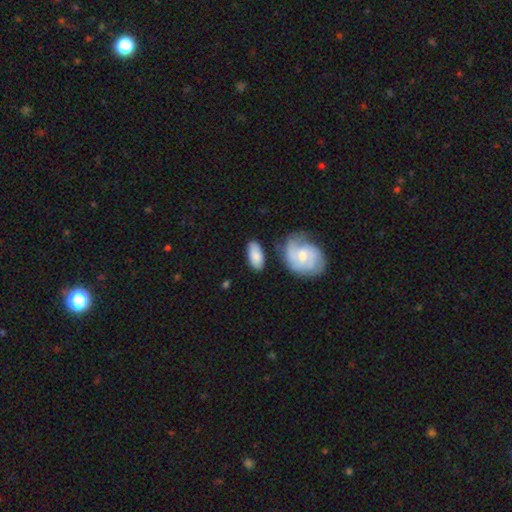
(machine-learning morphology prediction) This appears to be a smooth galaxy with no disk features (76%) that is in between round and cigar-shaped (91%). Merging: none (70%).